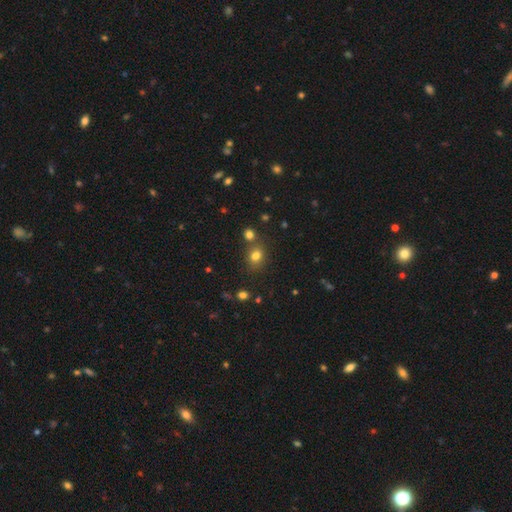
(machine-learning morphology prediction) Smooth or featured: smooth — 76% (star or artifact — 16%)
How rounded: round — 57% (in between — 42%)
Merging: none — 70% (merger — 16%)